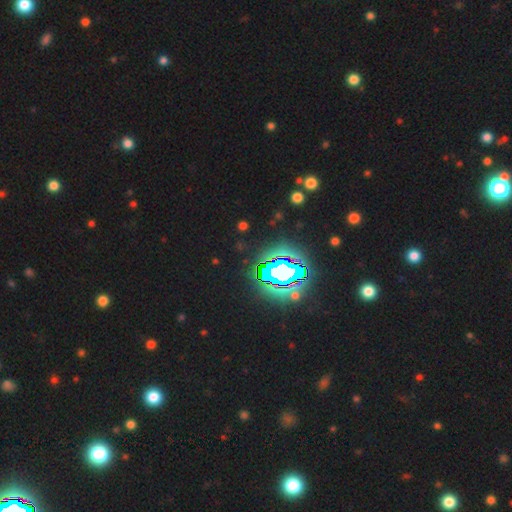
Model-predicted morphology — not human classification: Smooth or featured?
  - star or artifact: 84% *
  - smooth: 9%
  - featured or disk: 7%